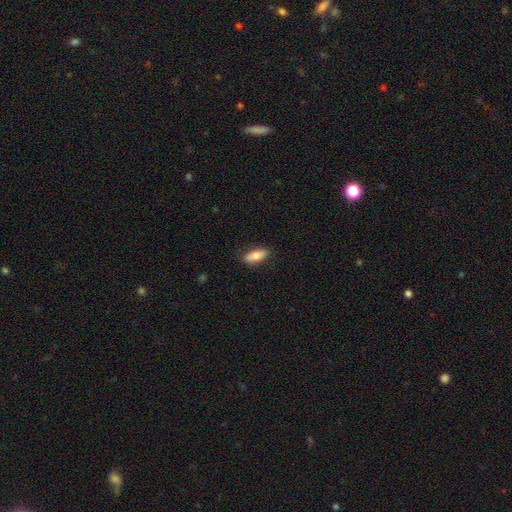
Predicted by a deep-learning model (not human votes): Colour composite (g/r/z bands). It shows a smooth galaxy with no disk features (76%) that is in between round and cigar-shaped (71%). Merging: none (84%).